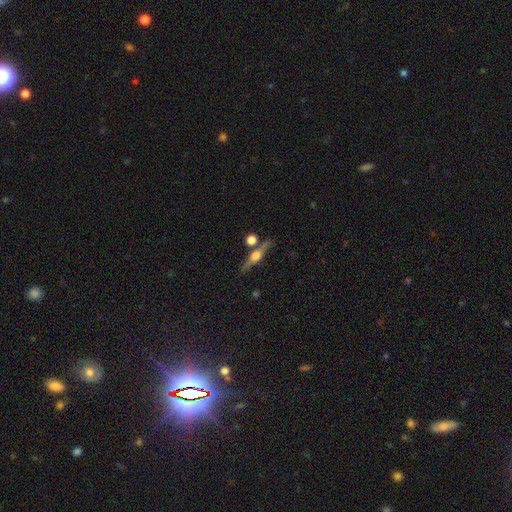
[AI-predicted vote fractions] Morphology: type=featured or disk (77%); edge-on=yes (96%); edge-on bulge=rounded (94%); merging=none (79%).